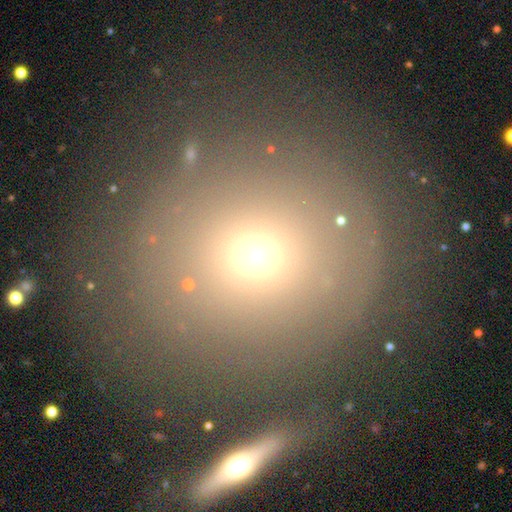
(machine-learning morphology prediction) smooth-or-featured: smooth: 61% | star or artifact: 20% | featured or disk: 19%
  how-rounded: round: 89% | in between: 9% | cigar-shaped: 1%
  merging: none: 72% | minor disturbance: 11% | merger: 9% | major disturbance: 7%